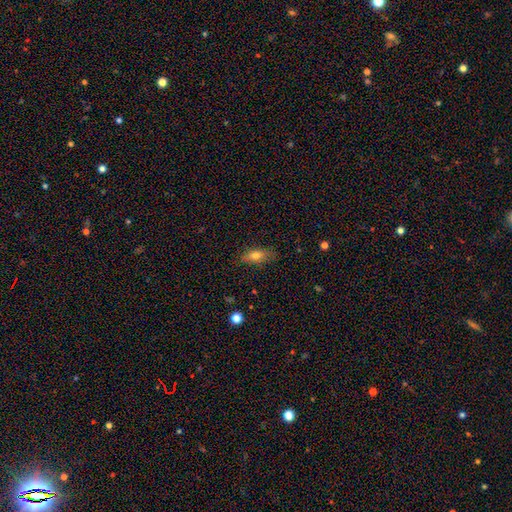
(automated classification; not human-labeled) The model was most divided on "how rounded": in between: 71%, cigar-shaped: 25%, round: 4%. More confident: merging — none (81%); smooth or featured — smooth (72%).